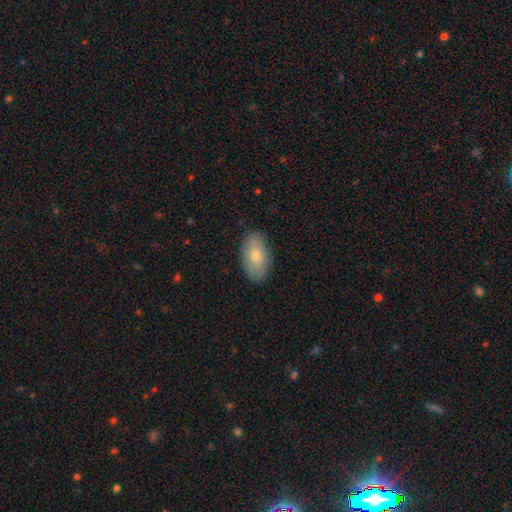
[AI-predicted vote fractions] smooth 76%, featured or disk 18%, star or artifact 6%. Down the decision tree: how rounded — in between (94%); merging — none (85%).